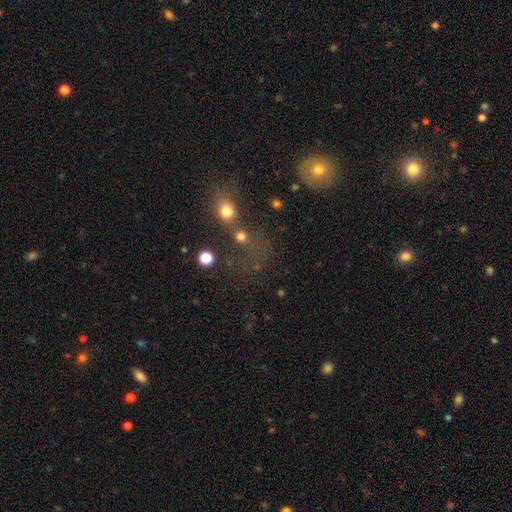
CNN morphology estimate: A star or artifact, not a galaxy (43%).